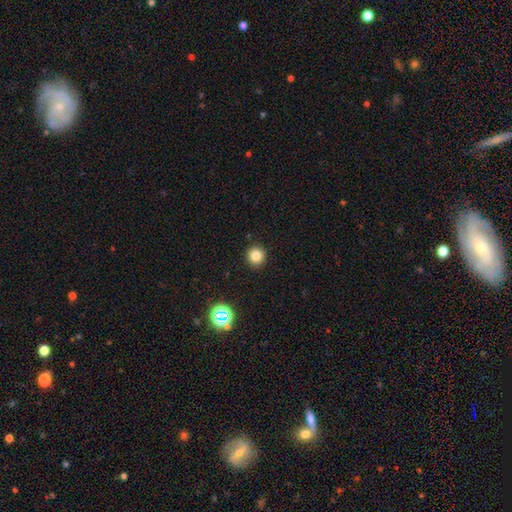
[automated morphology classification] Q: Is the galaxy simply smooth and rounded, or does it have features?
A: smooth — 81%.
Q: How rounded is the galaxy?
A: round — 94%.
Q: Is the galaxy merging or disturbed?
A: none — 92%.